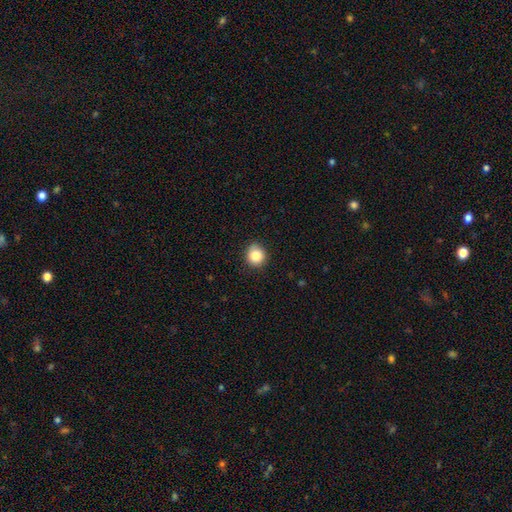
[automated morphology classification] Smooth or featured: smooth — 85% (star or artifact — 10%)
How rounded: round — 86% (in between — 13%)
Merging: none — 87% (minor disturbance — 10%)